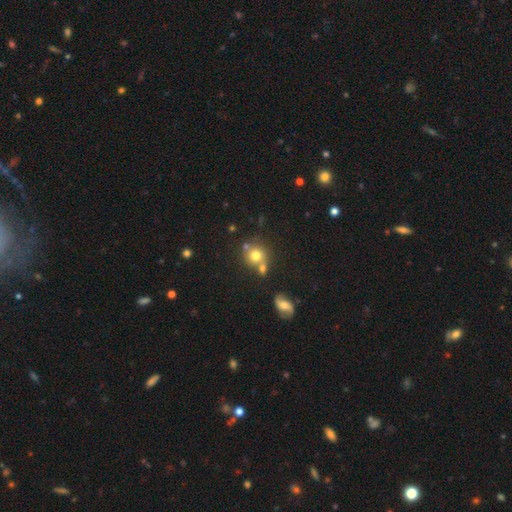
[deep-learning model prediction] This is likely a smooth galaxy (73%). How rounded: clearly round (85%). Merging: possibly none (58%).